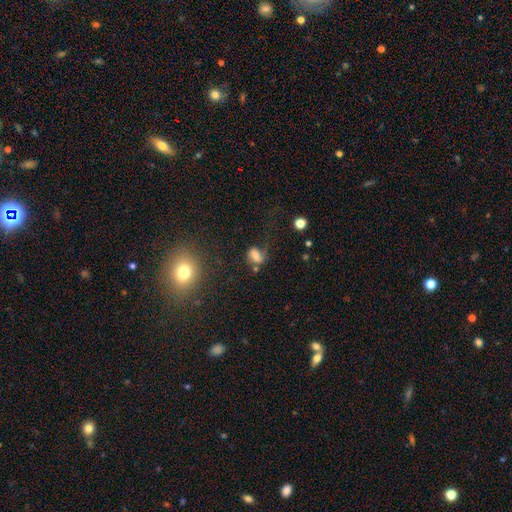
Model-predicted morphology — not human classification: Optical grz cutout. It shows a smooth galaxy with no disk features (47%). Merging: none (46%).